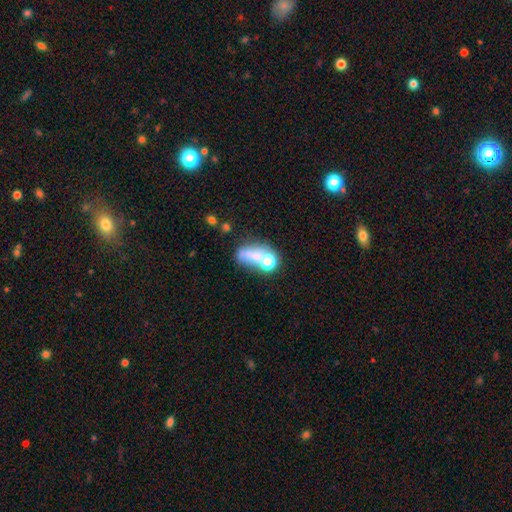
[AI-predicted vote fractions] Overall: smooth (56%; featured or disk 26%). How rounded: in between (71%). Merging: merger (36%; none 29%).